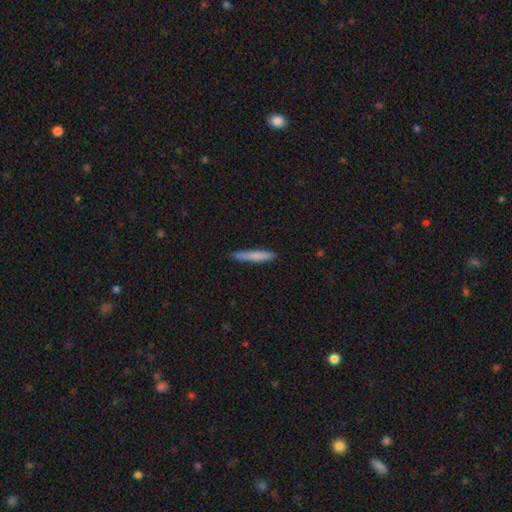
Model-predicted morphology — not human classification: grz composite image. It shows a smooth galaxy with no disk features (75%) that is cigar-shaped (94%). Merging: none (85%).